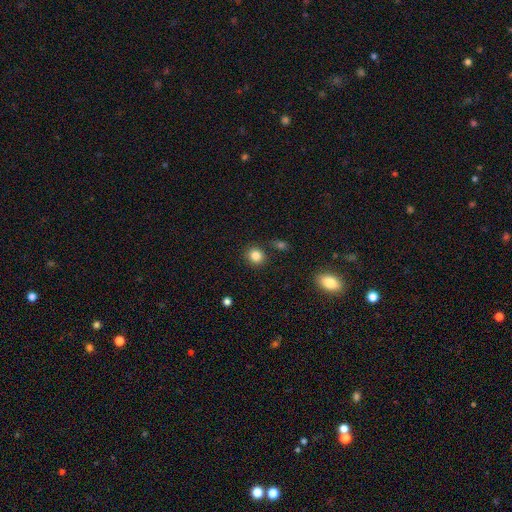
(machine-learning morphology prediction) Smooth or featured? smooth (84%)
How rounded? round (82%)
Merging? none (86%)